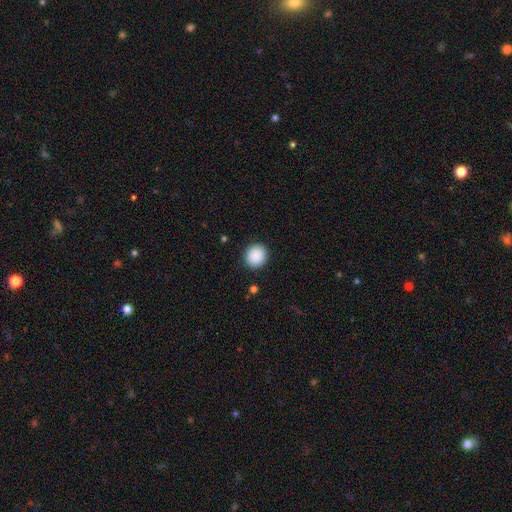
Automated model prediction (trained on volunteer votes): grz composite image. It shows a smooth galaxy with no disk features (90%) that is round (89%). Merging: none (91%).